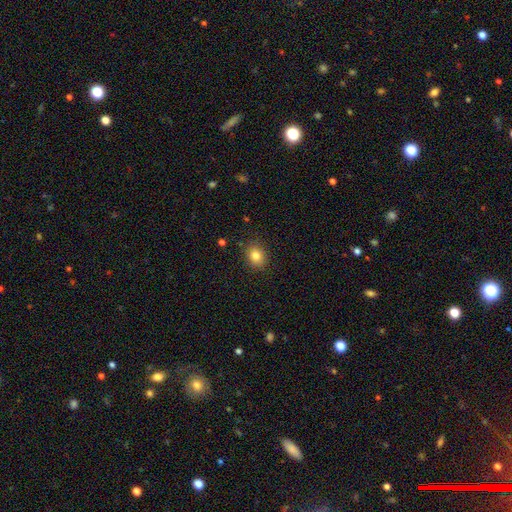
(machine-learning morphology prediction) This appears to be a smooth galaxy with no disk features (82%) that is round (58%). Merging: none (87%).